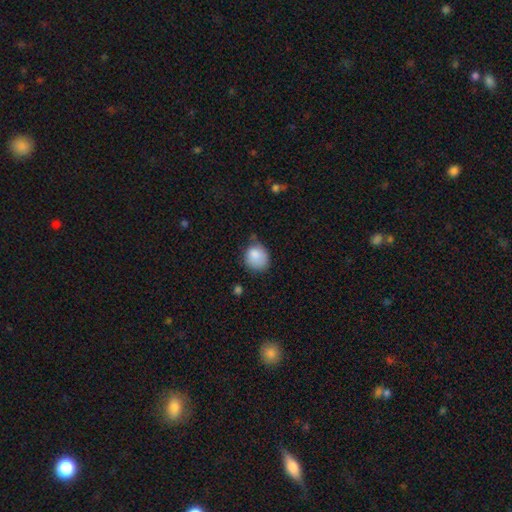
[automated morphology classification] A smooth galaxy with no disk features (85%) that is round (68%).

Vote fractions:
- Smooth or featured? smooth: 85% / star or artifact: 8% / featured or disk: 7%
- How rounded? round: 68% / in between: 31% / cigar-shaped: 1%
- Merging? none: 54% / minor disturbance: 33% / major disturbance: 9% / merger: 4%